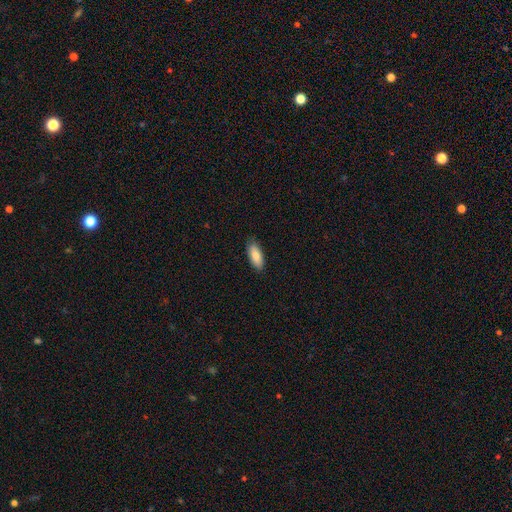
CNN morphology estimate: Q: Smooth or featured?
A: smooth (84%); runner-up: featured or disk (10%)
Q: How rounded?
A: in between (79%); runner-up: cigar-shaped (19%)
Q: Merging?
A: none (86%); runner-up: minor disturbance (11%)